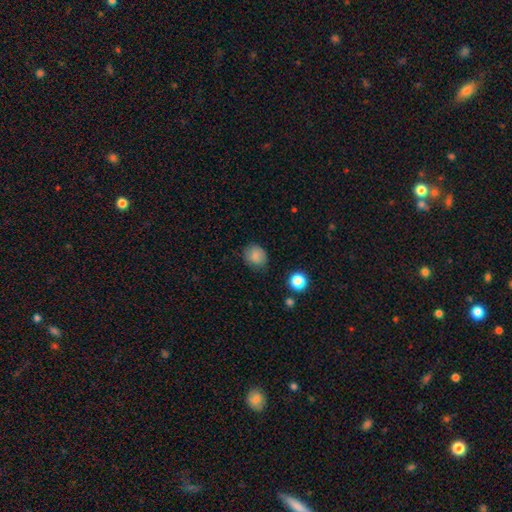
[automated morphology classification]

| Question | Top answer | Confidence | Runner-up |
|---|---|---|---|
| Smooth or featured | smooth | 83% | star or artifact (10%) |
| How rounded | round | 64% | in between (35%) |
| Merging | none | 76% | minor disturbance (18%) |